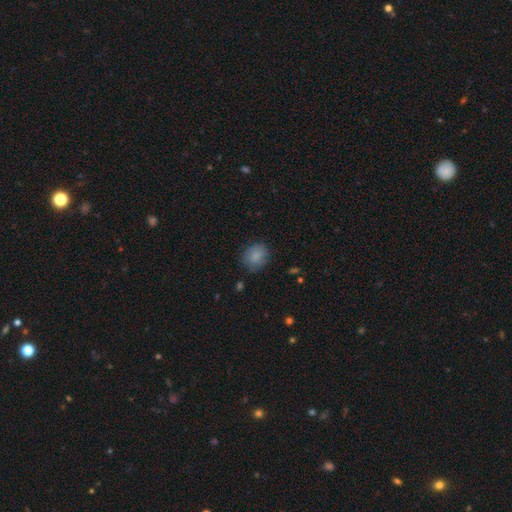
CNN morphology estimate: Q: Smooth or featured?
A: smooth (85%); runner-up: star or artifact (8%)
Q: How rounded?
A: round (71%); runner-up: in between (28%)
Q: Merging?
A: none (79%); runner-up: minor disturbance (16%)